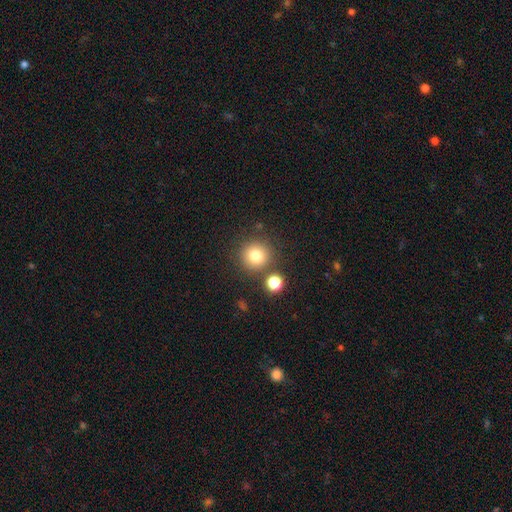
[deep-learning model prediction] smooth_or_featured: smooth (p=0.79) [alt: star or artifact p=0.13]
how_rounded: round (p=0.93) [alt: in between p=0.06]
merging: none (p=0.81) [alt: merger p=0.08]